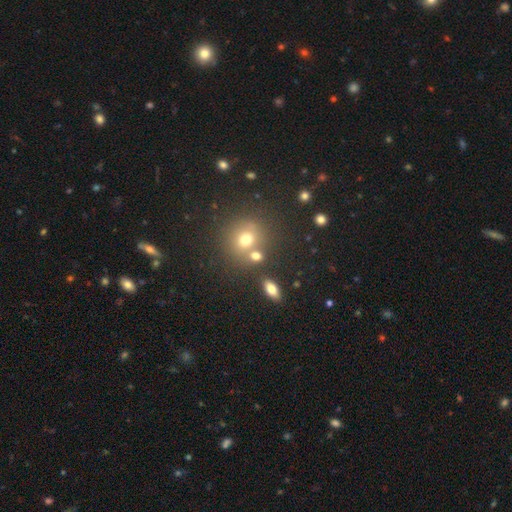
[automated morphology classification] Smooth or featured?
  - smooth: 69% *
  - star or artifact: 17%
  - featured or disk: 13%
How rounded?
  - round: 70% *
  - in between: 28%
  - cigar-shaped: 2%
Merging?
  - none: 60% *
  - merger: 25%
  - minor disturbance: 10%
  - major disturbance: 5%